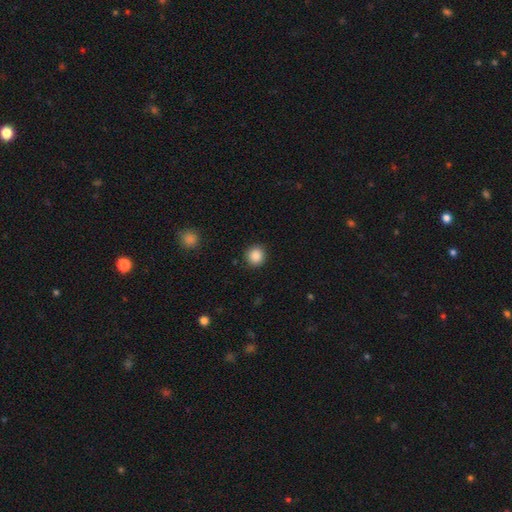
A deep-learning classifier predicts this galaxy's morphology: The model was most divided on "smooth or featured": smooth: 88%, star or artifact: 10%, featured or disk: 3%. More confident: how rounded — round (93%); merging — none (91%).